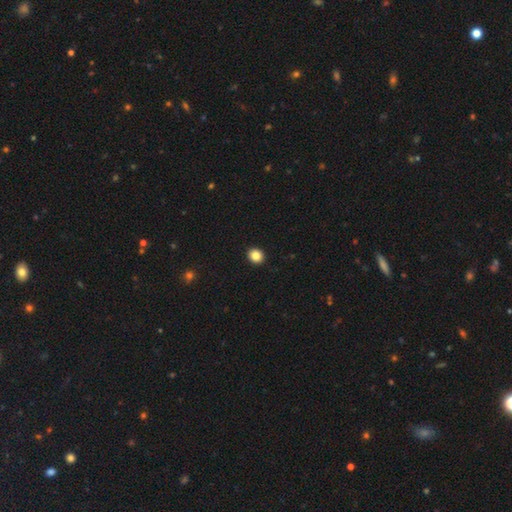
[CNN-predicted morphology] This appears to be a smooth galaxy with no disk features (85%) that is round (74%). Merging: none (93%).